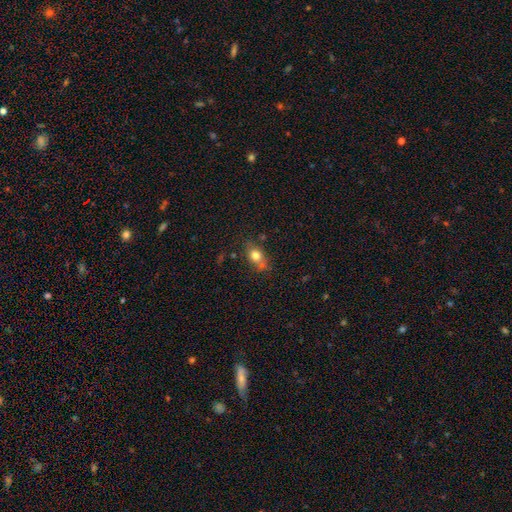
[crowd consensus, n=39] smooth_or_featured: smooth (p=0.87) [alt: star or artifact p=0.08]
how_rounded: in between (p=0.71) [alt: round p=0.26]
merging: none (p=0.58) [alt: minor disturbance p=0.22]